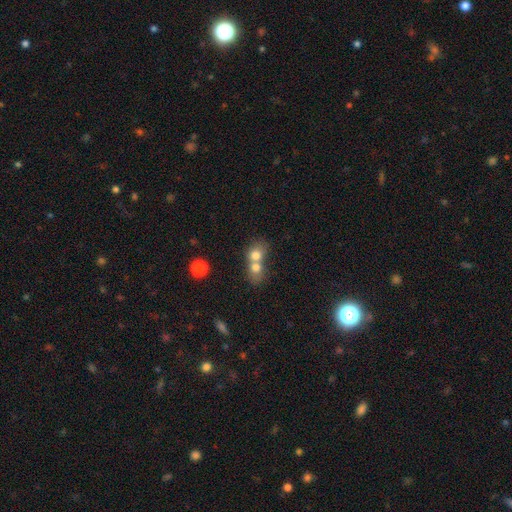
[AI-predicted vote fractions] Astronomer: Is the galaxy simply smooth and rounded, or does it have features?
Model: smooth — 71%.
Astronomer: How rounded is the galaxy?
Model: round — 59% (runner-up: in between, 39%).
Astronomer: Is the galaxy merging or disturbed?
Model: merger — 73%.